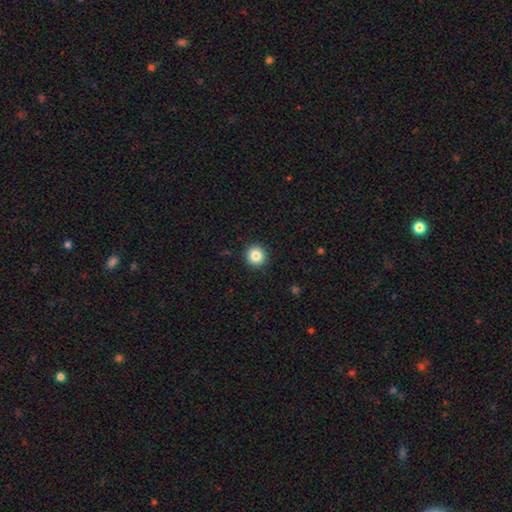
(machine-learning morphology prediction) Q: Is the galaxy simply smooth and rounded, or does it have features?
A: smooth — 85%.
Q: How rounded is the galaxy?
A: round — 93%.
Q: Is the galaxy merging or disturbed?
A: none — 92%.